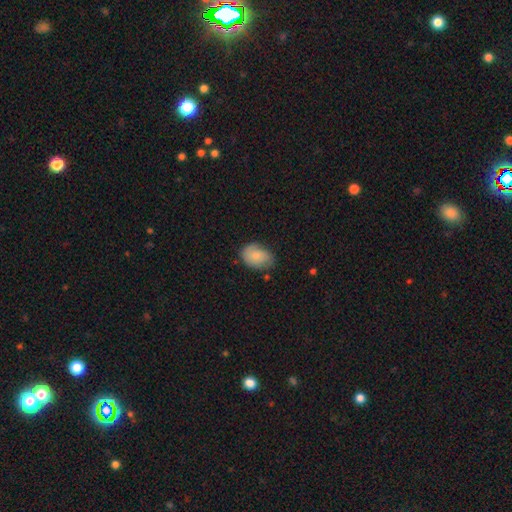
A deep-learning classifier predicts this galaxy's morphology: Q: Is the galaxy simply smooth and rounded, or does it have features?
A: smooth — 77%.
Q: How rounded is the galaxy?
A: in between — 78%.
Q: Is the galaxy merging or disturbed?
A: none — 63%.